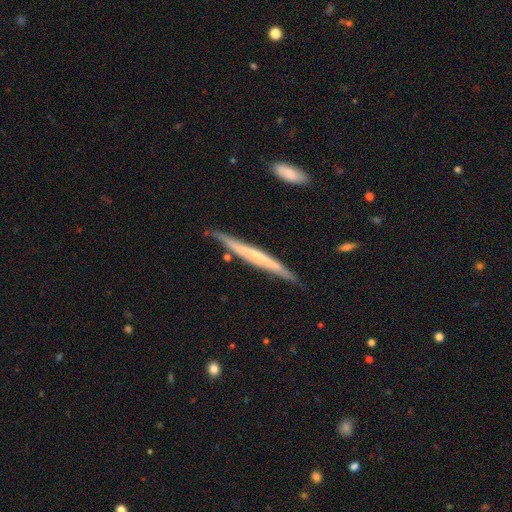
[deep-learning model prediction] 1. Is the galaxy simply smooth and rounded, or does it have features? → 64% featured or disk, 29% smooth, 7% star or artifact.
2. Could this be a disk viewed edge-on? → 96% yes, 4% no.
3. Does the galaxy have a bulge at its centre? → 65% none, 28% rounded, 7% boxy.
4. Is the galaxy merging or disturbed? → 85% none, 11% minor disturbance, 2% major disturbance, 2% merger.